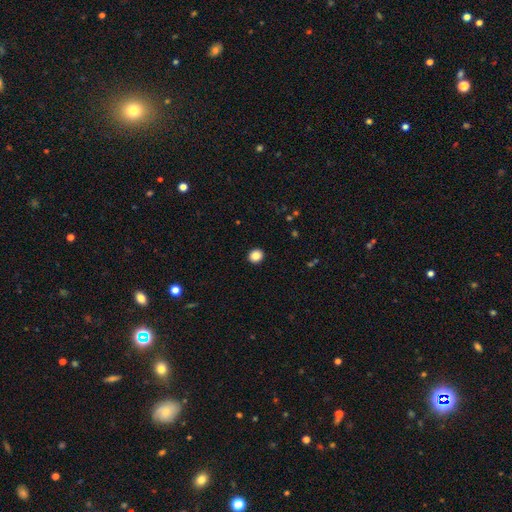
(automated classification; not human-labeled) smooth-or-featured: smooth: 87% | star or artifact: 10% | featured or disk: 3%
  how-rounded: round: 86% | in between: 13% | cigar-shaped: 1%
  merging: none: 93% | minor disturbance: 4% | major disturbance: 2% | merger: 1%